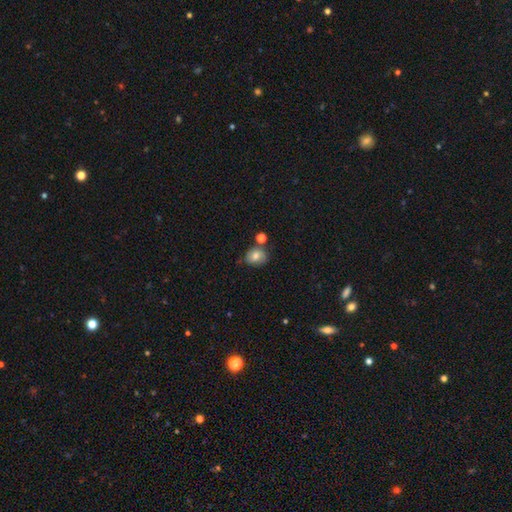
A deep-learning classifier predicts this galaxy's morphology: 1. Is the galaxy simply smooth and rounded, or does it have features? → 74% smooth, 15% featured or disk, 10% star or artifact.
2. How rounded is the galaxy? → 51% in between, 48% round, 1% cigar-shaped.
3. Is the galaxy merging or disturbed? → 62% none, 21% minor disturbance, 12% merger, 5% major disturbance.